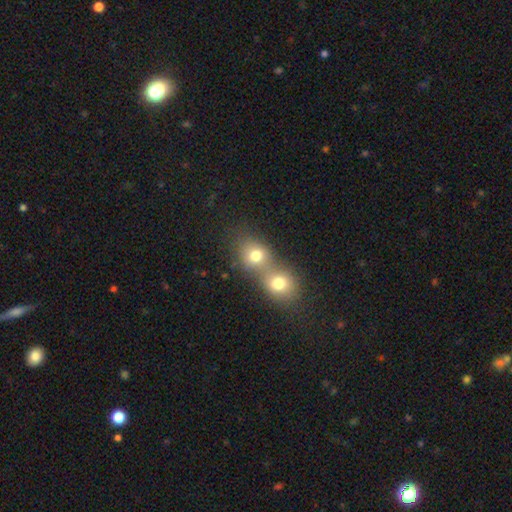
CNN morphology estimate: This is likely a smooth galaxy (75%). How rounded: likely round (68%). Merging: likely merger (66%).